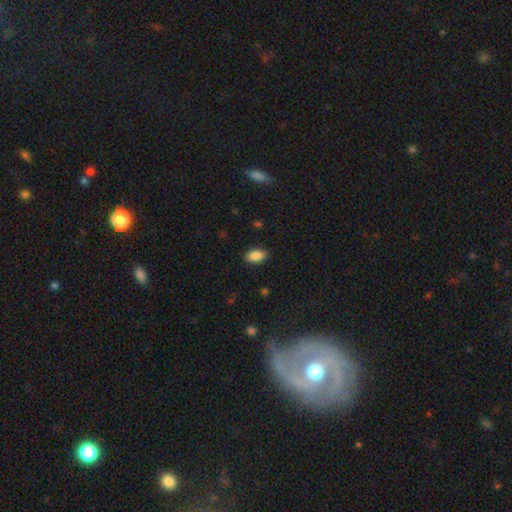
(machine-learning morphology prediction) Smooth or featured?
  - smooth: 87% *
  - star or artifact: 8%
  - featured or disk: 5%
How rounded?
  - in between: 91% *
  - round: 7%
  - cigar-shaped: 2%
Merging?
  - none: 88% *
  - minor disturbance: 9%
  - major disturbance: 2%
  - merger: 1%